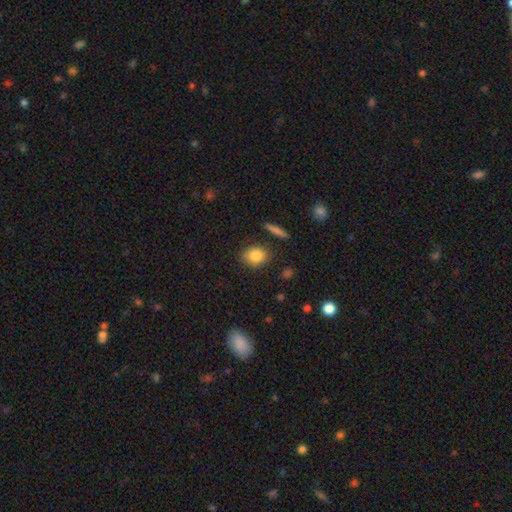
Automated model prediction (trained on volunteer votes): A smooth galaxy with no disk features (84%) that is in between round and cigar-shaped (51%). Merging: none (82%).